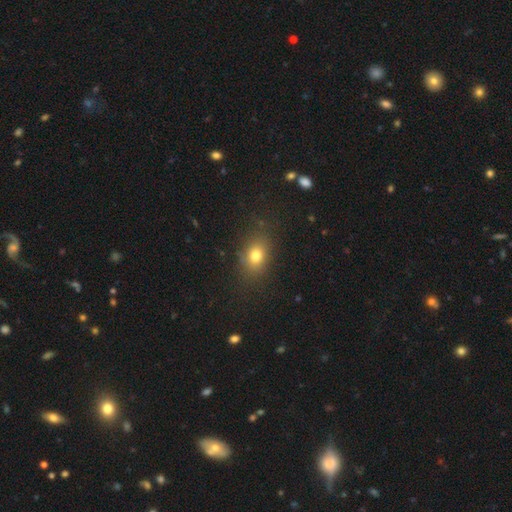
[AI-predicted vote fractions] Smooth or featured: smooth — 78% (star or artifact — 13%)
How rounded: in between — 67% (round — 31%)
Merging: none — 81% (minor disturbance — 13%)